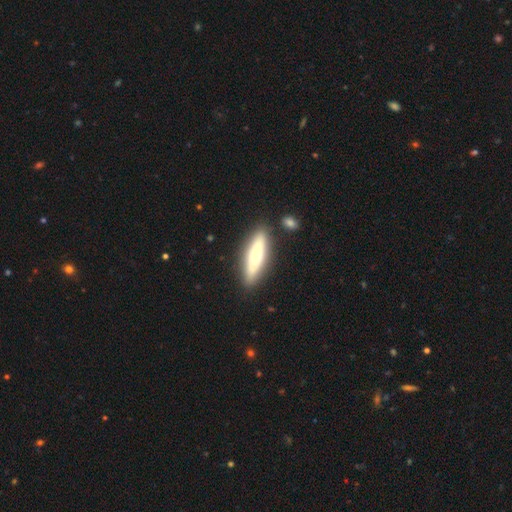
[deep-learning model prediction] Overall: smooth (54%; featured or disk 41%). How rounded: cigar-shaped (62%; in between 36%). Merging: none (83%).